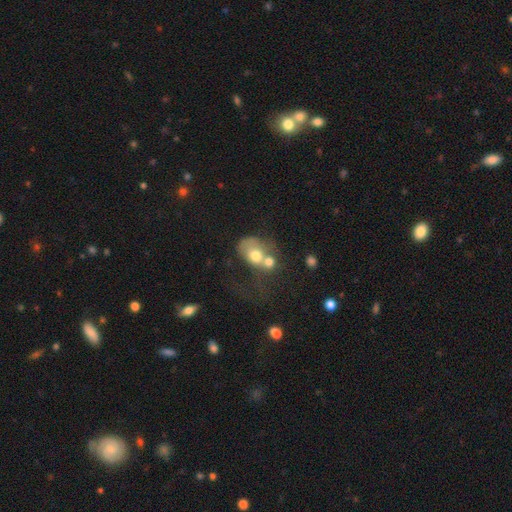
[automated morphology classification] A smooth galaxy with no disk features (63%) that is in between round and cigar-shaped (55%). Merging: merger (64%).